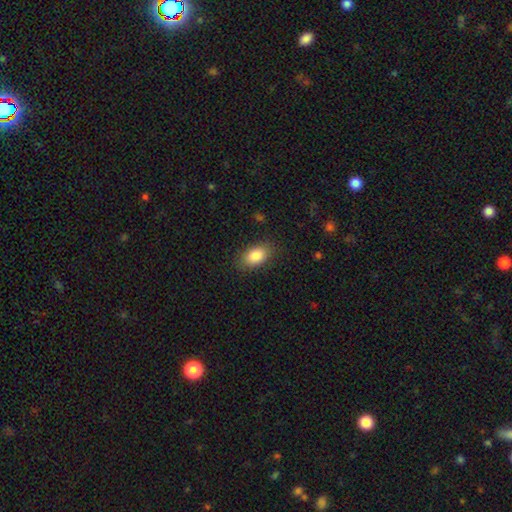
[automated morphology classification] Q: Smooth or featured?
A: smooth (86%); runner-up: star or artifact (7%)
Q: How rounded?
A: in between (90%); runner-up: round (8%)
Q: Merging?
A: none (85%); runner-up: minor disturbance (11%)